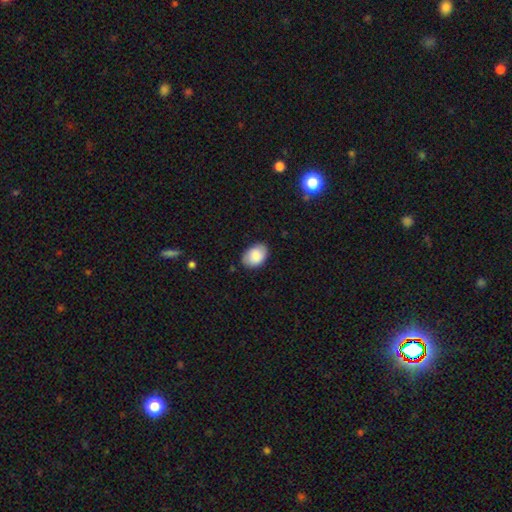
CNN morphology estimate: Smooth or featured? Predicted: smooth (p=0.87). How rounded? Predicted: in between (p=0.84). Merging? Predicted: none (p=0.81).